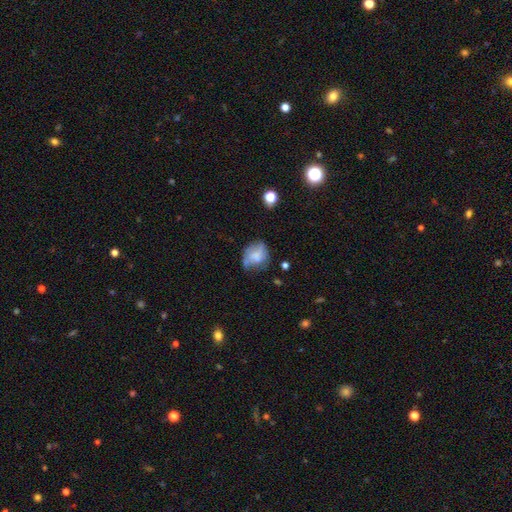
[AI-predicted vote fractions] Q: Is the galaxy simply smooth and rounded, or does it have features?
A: smooth — 60%.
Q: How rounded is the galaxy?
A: round — 54%.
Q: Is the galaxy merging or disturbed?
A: none — 43%.